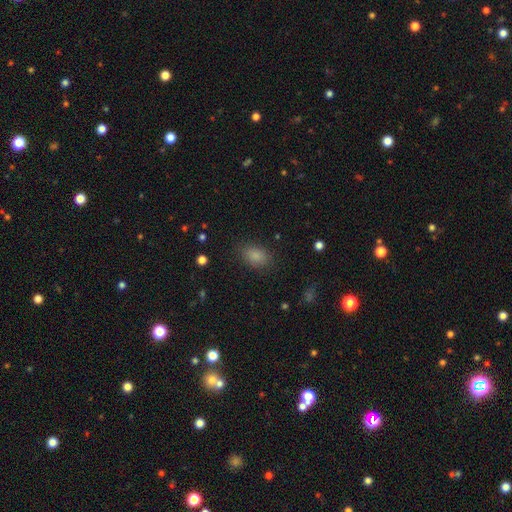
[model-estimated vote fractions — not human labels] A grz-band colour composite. It shows a smooth galaxy with no disk features (84%) that is in between round and cigar-shaped (82%). Merging: none (83%).